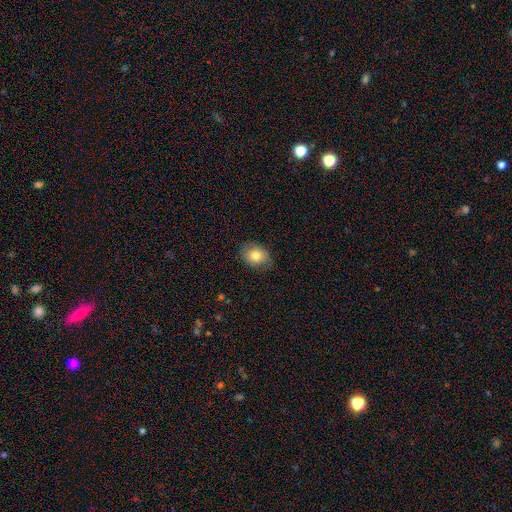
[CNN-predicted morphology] Smooth or featured: smooth — 76% (featured or disk — 15%)
How rounded: in between — 62% (round — 37%)
Merging: none — 72% (minor disturbance — 22%)